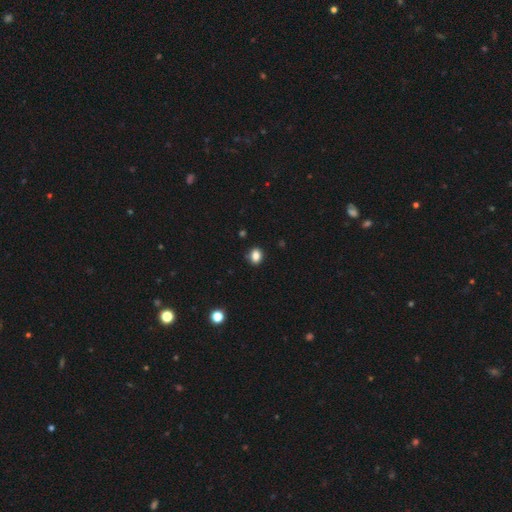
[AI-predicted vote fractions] Smooth or featured? smooth (85%)
How rounded? in between (60%)
Merging? none (86%)